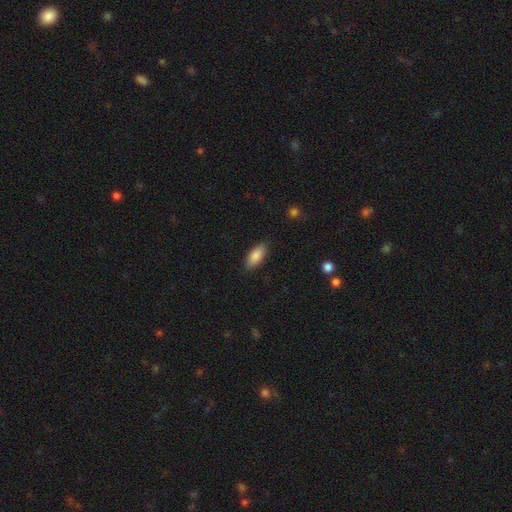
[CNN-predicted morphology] A smooth galaxy with no disk features (86%) that is in between round and cigar-shaped (84%). Merging: none (86%).